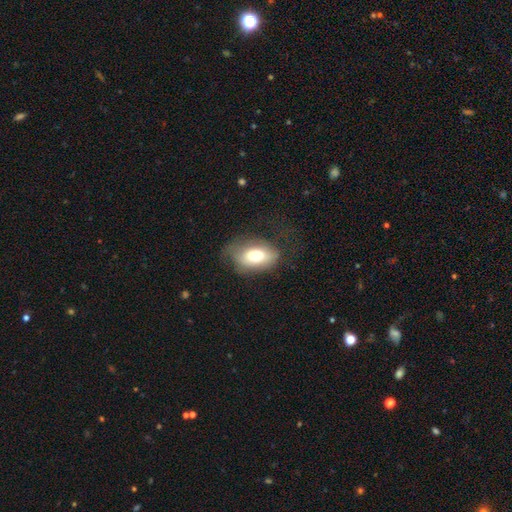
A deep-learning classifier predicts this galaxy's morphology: The model was most divided on "merging": none: 55%, minor disturbance: 26%, major disturbance: 17%, merger: 1%. More confident: how rounded — in between (84%); smooth or featured — smooth (70%).